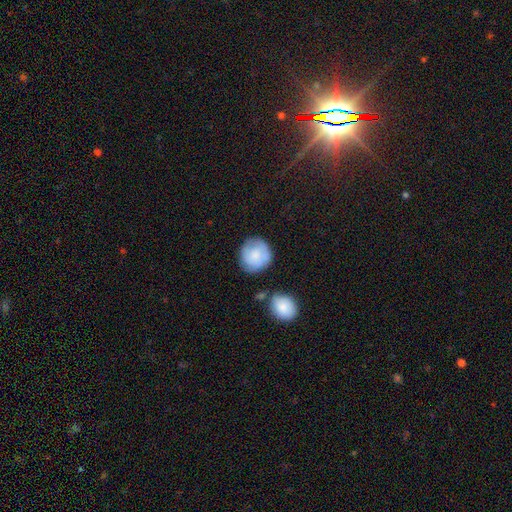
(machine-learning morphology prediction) The model was most divided on "smooth or featured": smooth: 70%, featured or disk: 23%, star or artifact: 7%. More confident: how rounded — round (90%); merging — none (68%).